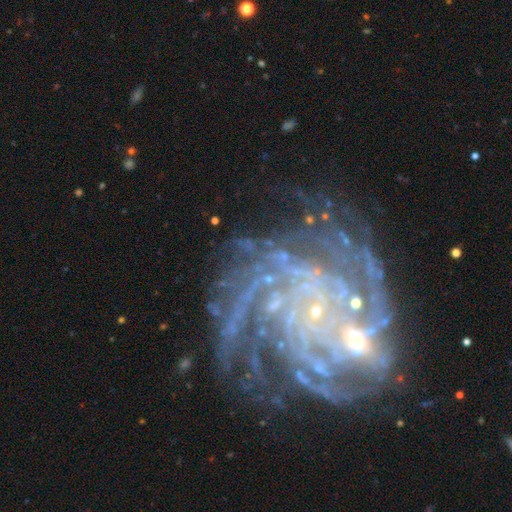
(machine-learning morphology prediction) Smooth or featured? featured or disk (87%)
Edge-on disk? no (98%)
Bar? no (68%)
Spiral arms? yes (97%)
Spiral winding? tight (68%)
Spiral arm count? more than 4 (33%)
Bulge size? small (82%)
Merging? none (60%)